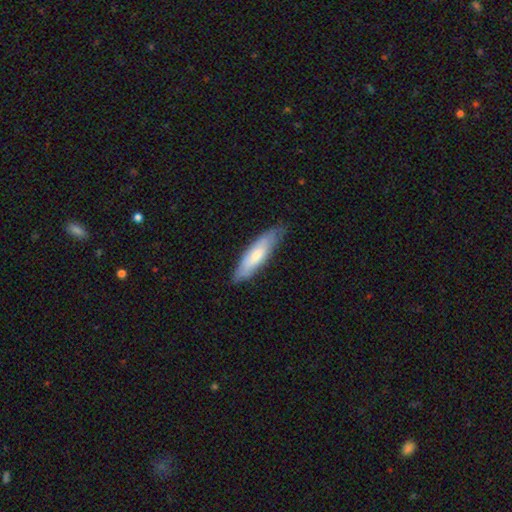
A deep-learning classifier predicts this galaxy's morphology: smooth-or-featured: smooth: 69% | featured or disk: 26% | star or artifact: 5%
  how-rounded: cigar-shaped: 65% | in between: 33% | round: 1%
  merging: none: 77% | minor disturbance: 18% | major disturbance: 3% | merger: 1%